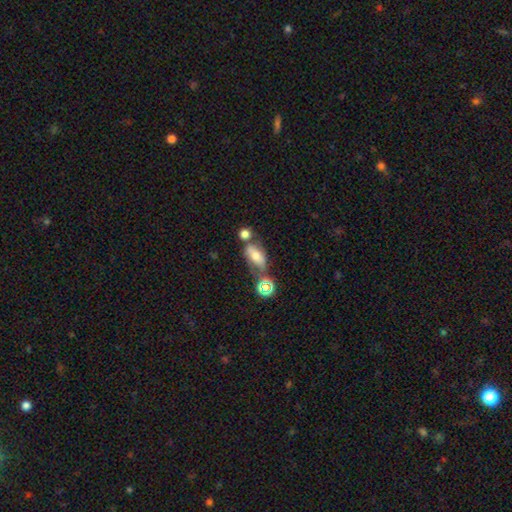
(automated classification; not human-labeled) Smooth or featured? Predicted: smooth (p=0.59). How rounded? Predicted: in between (p=0.79). Merging? Predicted: none (p=0.42).